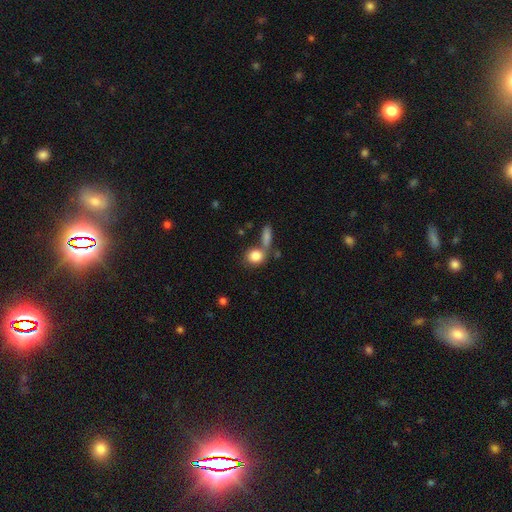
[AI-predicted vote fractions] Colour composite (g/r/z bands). It shows a smooth galaxy with no disk features (84%) that is round (69%). Merging: none (51%).